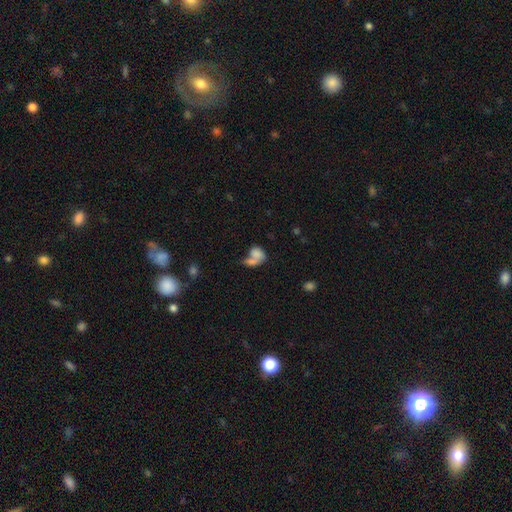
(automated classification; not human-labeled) Q: Smooth or featured?
A: smooth (73%); runner-up: featured or disk (17%)
Q: How rounded?
A: in between (68%); runner-up: round (29%)
Q: Merging?
A: merger (58%); runner-up: none (21%)